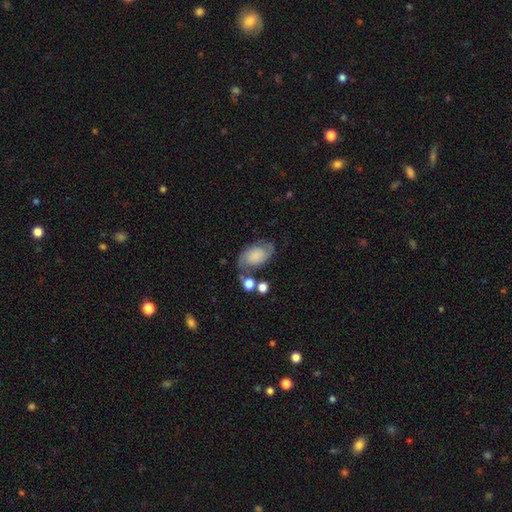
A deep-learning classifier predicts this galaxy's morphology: Smooth or featured? featured or disk (60%)
Edge-on disk? no (97%)
Bar? no (74%)
Spiral arms? yes (91%)
Spiral winding? medium (46%)
Spiral arm count? 2 (88%)
Bulge size? none (36%)
Merging? none (59%)